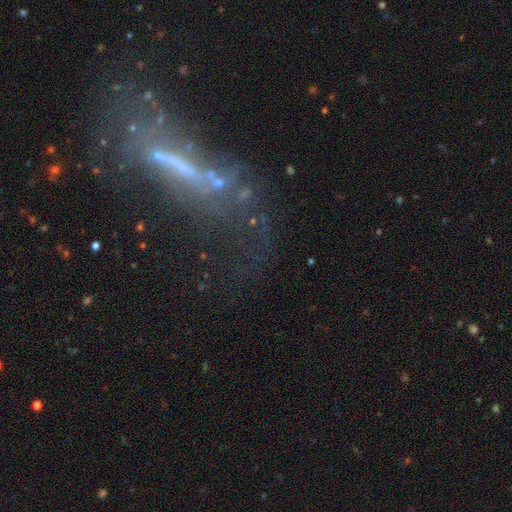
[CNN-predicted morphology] Smooth or featured?
  - featured or disk: 55% *
  - smooth: 24%
  - star or artifact: 20%
Edge-on disk?
  - no: 62% *
  - yes: 38%
Merging?
  - major disturbance: 37% * (tied)
  - none: 37% * (tied)
  - minor disturbance: 18%
  - merger: 9%